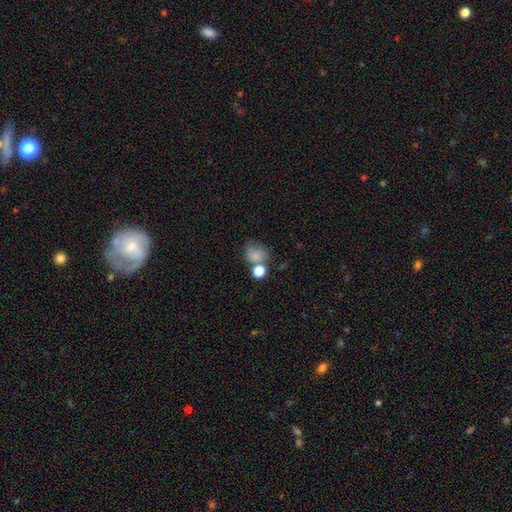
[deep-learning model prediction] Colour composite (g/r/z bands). It shows a smooth galaxy with no disk features (79%) that is round (67%). Merging: none (45%).